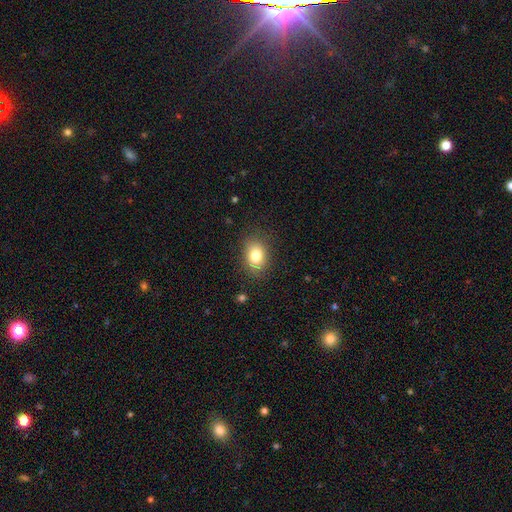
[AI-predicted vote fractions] smooth 80%, featured or disk 11%, star or artifact 10%. Down the decision tree: how rounded — in between (69%); merging — none (81%).